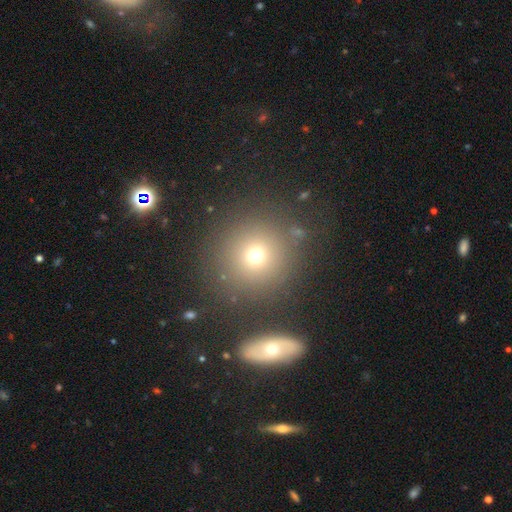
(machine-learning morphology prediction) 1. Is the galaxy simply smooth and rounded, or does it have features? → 70% smooth, 18% star or artifact, 12% featured or disk.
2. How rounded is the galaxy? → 92% round, 7% in between, 1% cigar-shaped.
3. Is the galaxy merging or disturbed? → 79% none, 9% minor disturbance, 8% merger, 4% major disturbance.